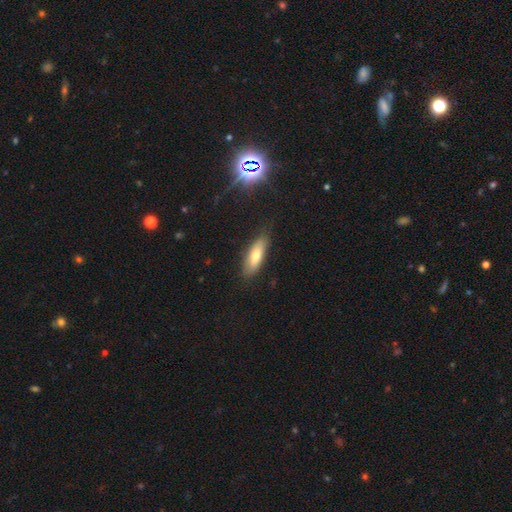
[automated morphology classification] Q: Smooth or featured?
A: smooth (68%); runner-up: featured or disk (24%)
Q: How rounded?
A: in between (62%); runner-up: cigar-shaped (36%)
Q: Merging?
A: none (81%); runner-up: minor disturbance (15%)